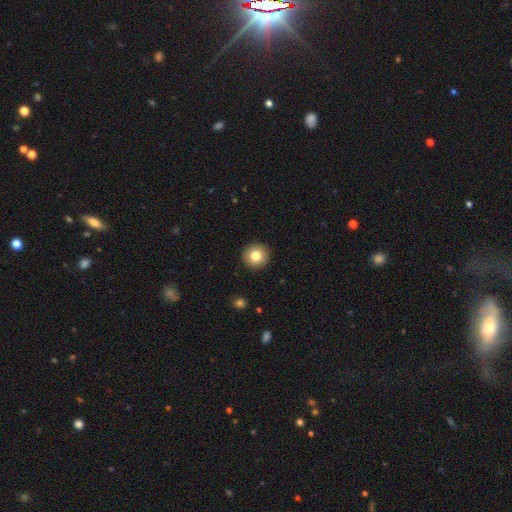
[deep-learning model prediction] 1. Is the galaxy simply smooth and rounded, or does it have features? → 80% smooth, 10% featured or disk, 10% star or artifact.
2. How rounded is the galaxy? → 95% round, 4% in between, 1% cigar-shaped.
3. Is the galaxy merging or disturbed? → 93% none, 5% minor disturbance, 2% major disturbance, 1% merger.